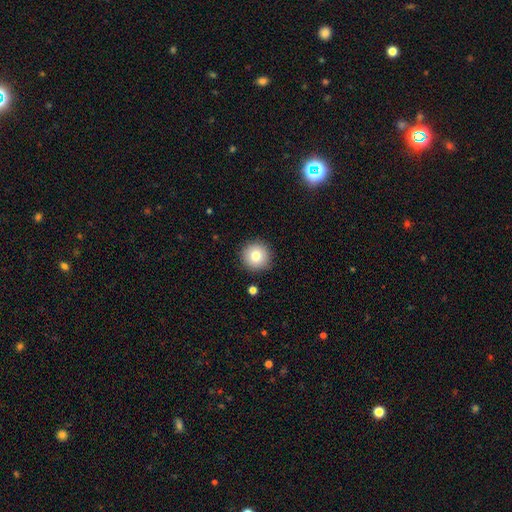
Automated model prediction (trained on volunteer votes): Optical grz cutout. It shows a smooth galaxy with no disk features (80%) that is round (95%). Merging: none (90%).